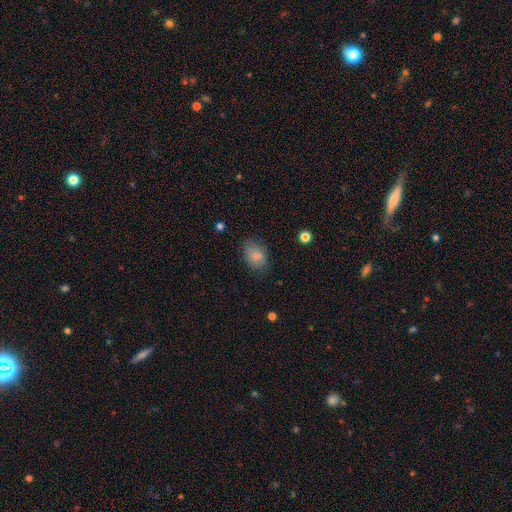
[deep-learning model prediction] Q: Smooth or featured?
A: smooth (83%); runner-up: star or artifact (9%)
Q: How rounded?
A: in between (80%); runner-up: round (19%)
Q: Merging?
A: none (73%); runner-up: minor disturbance (20%)